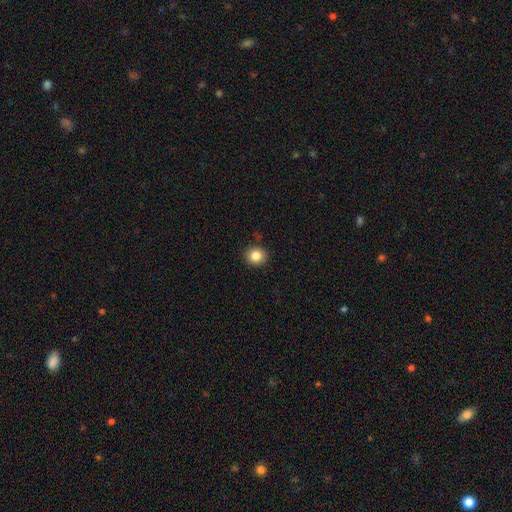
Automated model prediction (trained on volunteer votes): Smooth or featured?
  - smooth: 84% *
  - star or artifact: 10%
  - featured or disk: 6%
How rounded?
  - round: 81% *
  - in between: 18%
  - cigar-shaped: 1%
Merging?
  - none: 89% *
  - minor disturbance: 7%
  - major disturbance: 2%
  - merger: 1%